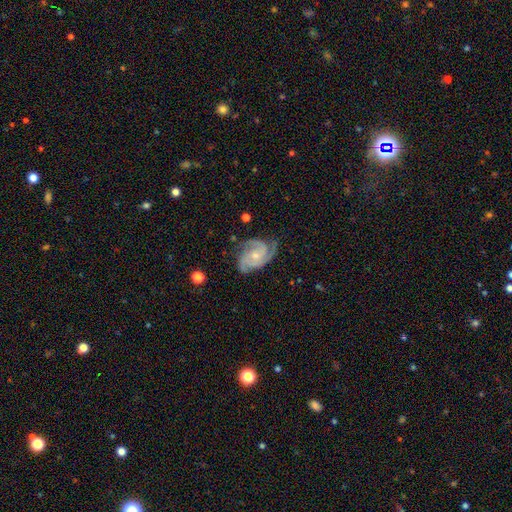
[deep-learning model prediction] Smooth or featured?
  - featured or disk: 90% *
  - smooth: 6%
  - star or artifact: 5%
Edge-on disk?
  - no: 98% *
  - yes: 2%
Bar?
  - no: 67% *
  - weak: 26%
  - strong: 7%
Spiral arms?
  - yes: 98% *
  - no: 2%
Spiral winding?
  - tight: 52% *
  - medium: 42%
  - loose: 6%
Spiral arm count?
  - 3: 66% *
  - 2: 13%
  - 4: 9%
  - can't tell: 5%
  - 1: 3%
  - more than 4: 3%
Bulge size?
  - small: 63% *
  - moderate: 33%
  - none: 2%
  - large: 1%
  - dominant: 1%
Merging?
  - none: 70% *
  - minor disturbance: 21%
  - major disturbance: 7%
  - merger: 2%